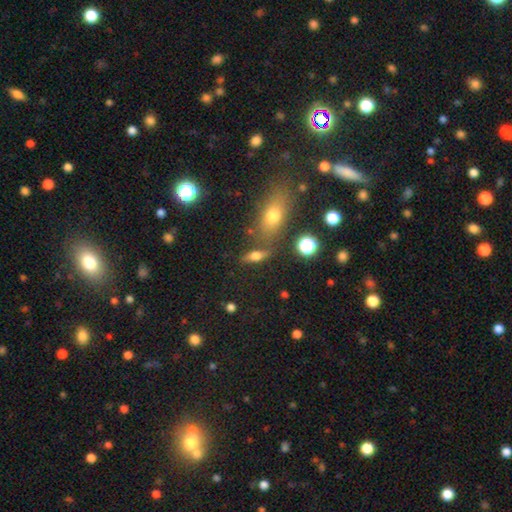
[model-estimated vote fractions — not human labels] smooth 55%, featured or disk 28%, star or artifact 17%. Down the decision tree: how rounded — in between (59%); merging — none (65%).